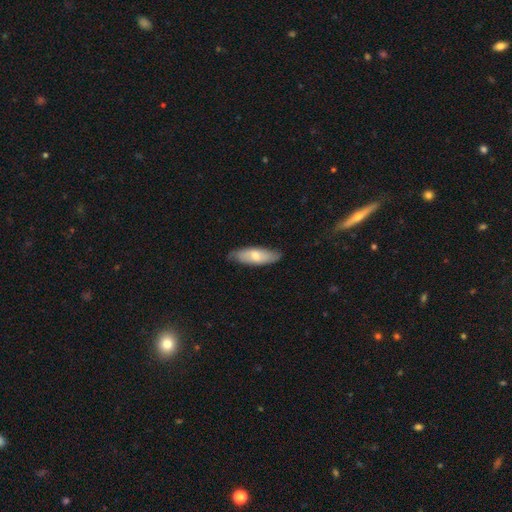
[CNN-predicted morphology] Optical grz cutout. It shows a smooth galaxy with no disk features (66%) that is in between round and cigar-shaped (62%). Merging: none (78%).